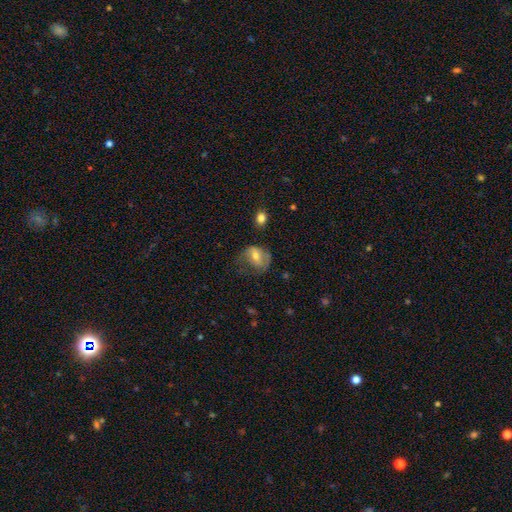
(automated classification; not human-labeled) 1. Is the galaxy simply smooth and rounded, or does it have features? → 52% smooth, 39% featured or disk, 8% star or artifact.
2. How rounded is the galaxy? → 59% in between, 40% round, 1% cigar-shaped.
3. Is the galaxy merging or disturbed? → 37% none, 31% major disturbance, 29% minor disturbance, 3% merger.